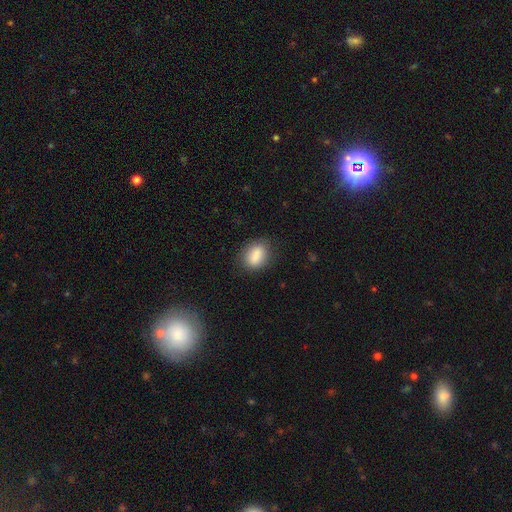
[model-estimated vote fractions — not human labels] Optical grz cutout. It shows a smooth galaxy with no disk features (86%) that is in between round and cigar-shaped (75%). Merging: none (83%).